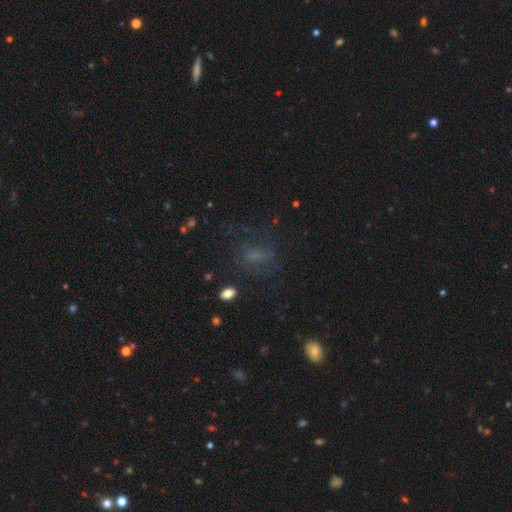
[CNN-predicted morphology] A smooth galaxy with no disk features (45%).

Vote fractions:
- Smooth or featured? smooth: 45% / featured or disk: 28% / star or artifact: 27%
- Merging? none: 56% / major disturbance: 23% / minor disturbance: 19% / merger: 3%